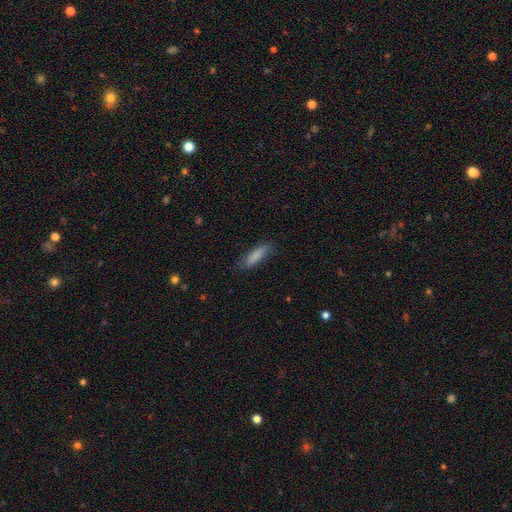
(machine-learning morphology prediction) This appears to be a smooth galaxy with no disk features (84%) that is cigar-shaped (56%). Merging: none (76%).